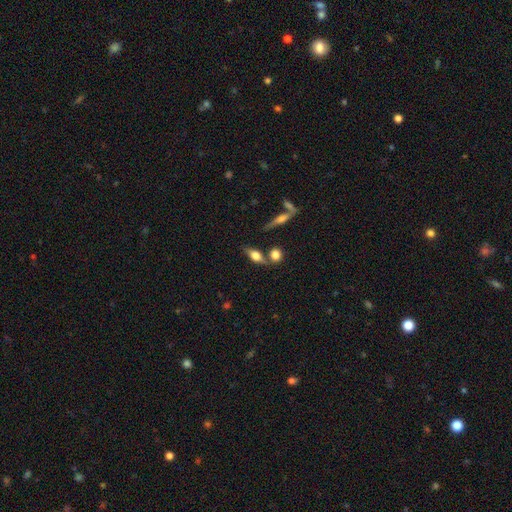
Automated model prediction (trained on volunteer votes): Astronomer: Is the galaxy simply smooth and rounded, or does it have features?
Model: smooth — 54% (runner-up: featured or disk, 37%).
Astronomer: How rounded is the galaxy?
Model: in between — 67%.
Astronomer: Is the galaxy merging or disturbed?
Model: none — 59%.